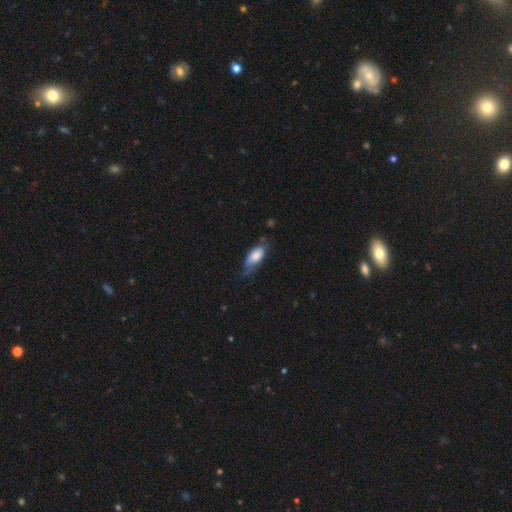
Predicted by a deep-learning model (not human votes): smooth-or-featured: smooth: 71% | featured or disk: 22% | star or artifact: 6%
  how-rounded: in between: 85% | cigar-shaped: 12% | round: 3%
  merging: none: 48% | minor disturbance: 36% | major disturbance: 14% | merger: 2%